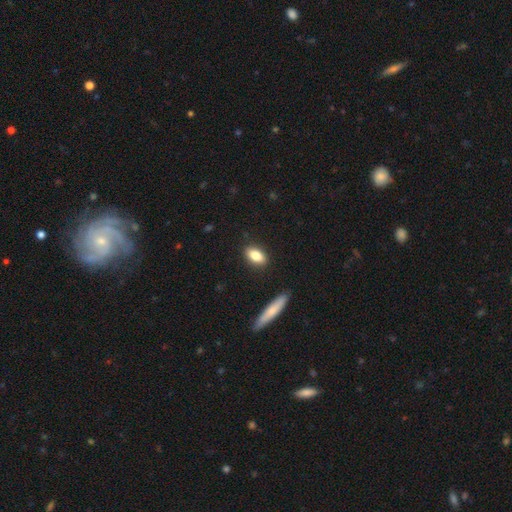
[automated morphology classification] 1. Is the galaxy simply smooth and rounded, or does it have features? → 82% smooth, 11% featured or disk, 8% star or artifact.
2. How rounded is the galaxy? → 86% in between, 8% cigar-shaped, 7% round.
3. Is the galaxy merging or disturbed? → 87% none, 9% minor disturbance, 2% major disturbance, 2% merger.